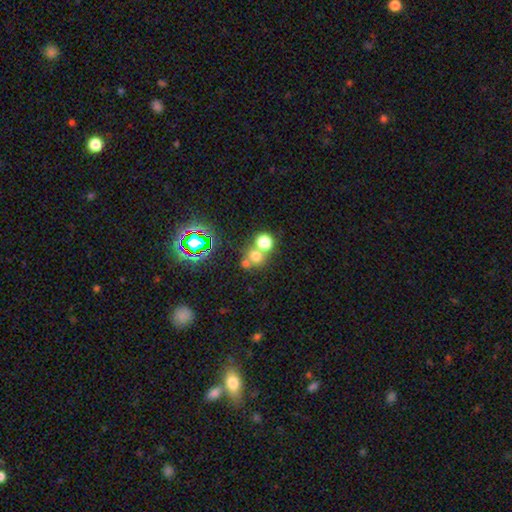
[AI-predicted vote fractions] Smooth or featured? Predicted: smooth (p=0.65). How rounded? Predicted: round (p=0.83). Merging? Predicted: none (p=0.49).